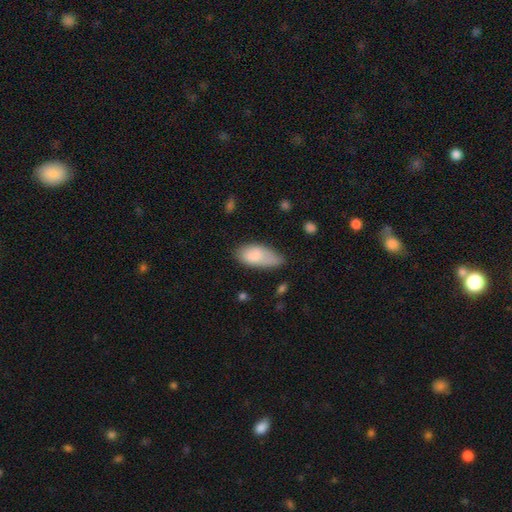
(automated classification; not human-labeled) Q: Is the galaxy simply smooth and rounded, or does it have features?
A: smooth — 82%.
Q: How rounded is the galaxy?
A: in between — 90%.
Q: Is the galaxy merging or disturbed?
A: none — 46%.